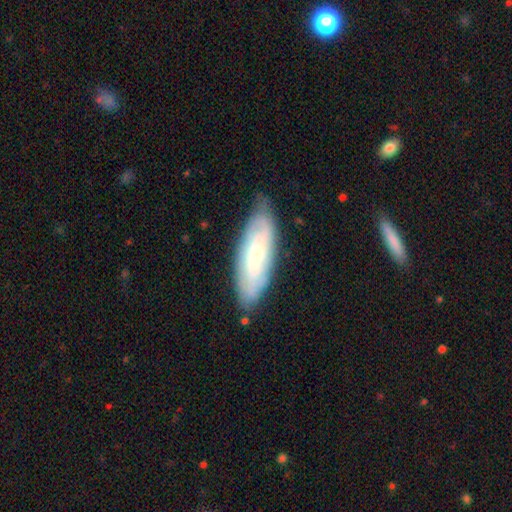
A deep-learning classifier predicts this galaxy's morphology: type=featured or disk (51%); edge-on=no (79%); merging=none (77%).